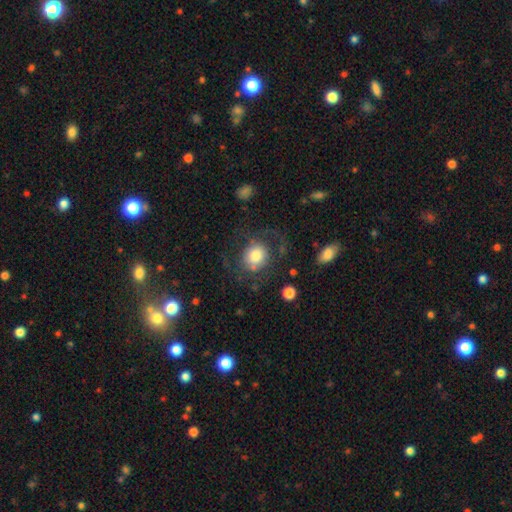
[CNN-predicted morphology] smooth-or-featured: smooth: 64% | featured or disk: 27% | star or artifact: 8%
  how-rounded: round: 80% | in between: 19% | cigar-shaped: 1%
  merging: none: 56% | major disturbance: 24% | minor disturbance: 17% | merger: 3%